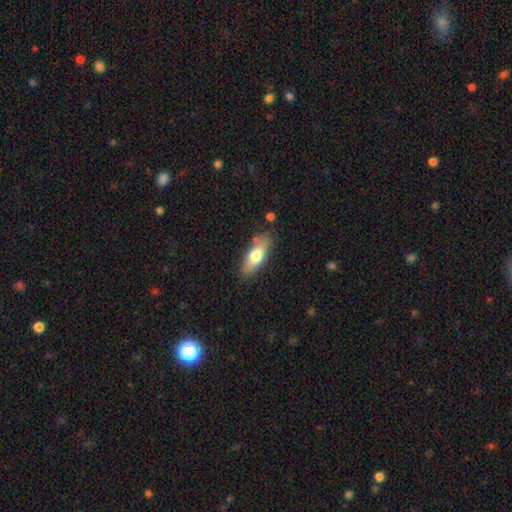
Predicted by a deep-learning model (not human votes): Morphology: type=smooth (68%); roundness=in between (70%); merging=none (80%).